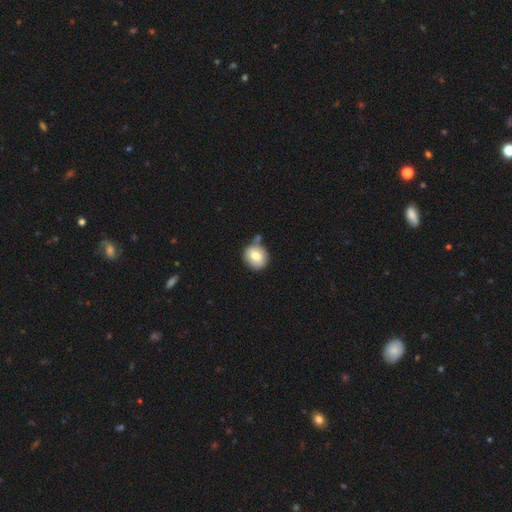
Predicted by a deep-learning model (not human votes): A smooth galaxy with no disk features (79%) that is round (78%).

Vote fractions:
- Smooth or featured? smooth: 79% / featured or disk: 14% / star or artifact: 8%
- How rounded? round: 78% / in between: 21% / cigar-shaped: 1%
- Merging? none: 65% / minor disturbance: 17% / merger: 14% / major disturbance: 4%